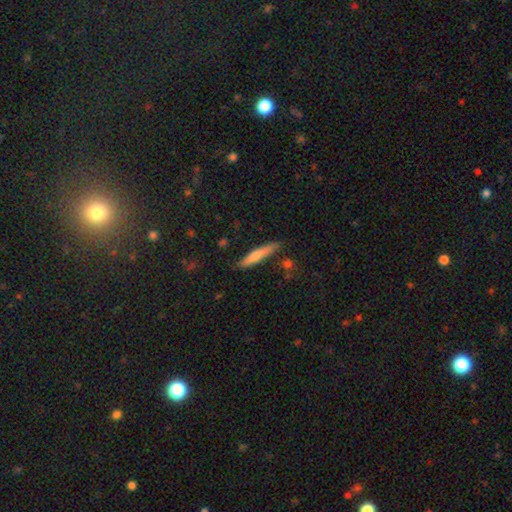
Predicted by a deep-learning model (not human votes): A smooth galaxy with no disk features (61%) that is cigar-shaped (91%). Merging: none (81%).